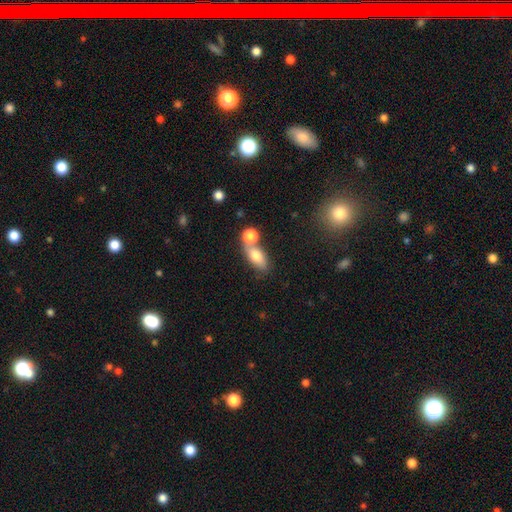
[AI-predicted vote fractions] Smooth or featured: smooth — 74% (featured or disk — 16%)
How rounded: in between — 79% (round — 11%)
Merging: none — 48% (merger — 34%)